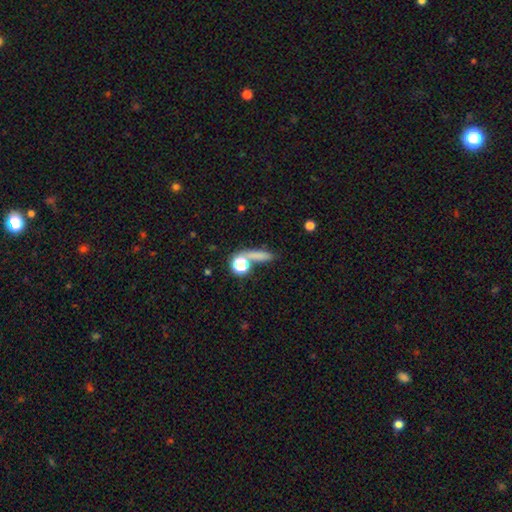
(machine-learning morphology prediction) The model was most divided on "how rounded": cigar-shaped: 51%, in between: 25%, round: 24%. More confident: smooth or featured — smooth (70%); merging — none (60%).